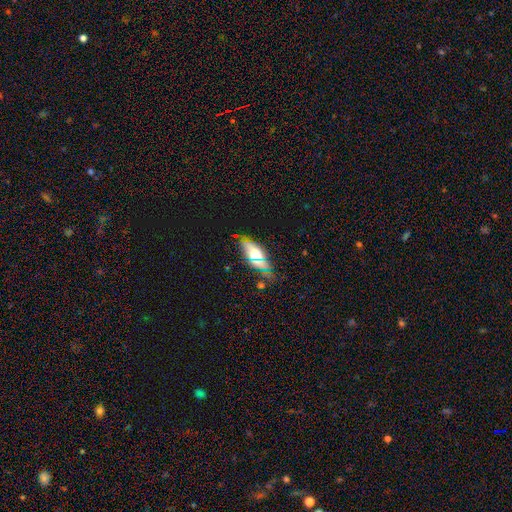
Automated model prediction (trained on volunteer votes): smooth 58%, featured or disk 28%, star or artifact 13%. Down the decision tree: how rounded — in between (75%); merging — none (78%).